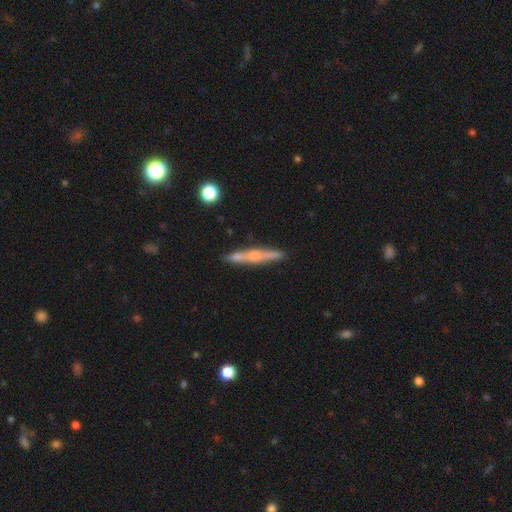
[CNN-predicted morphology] This appears to be a featured or disk galaxy (53%) viewed edge-on (94%). Merging: none (79%).